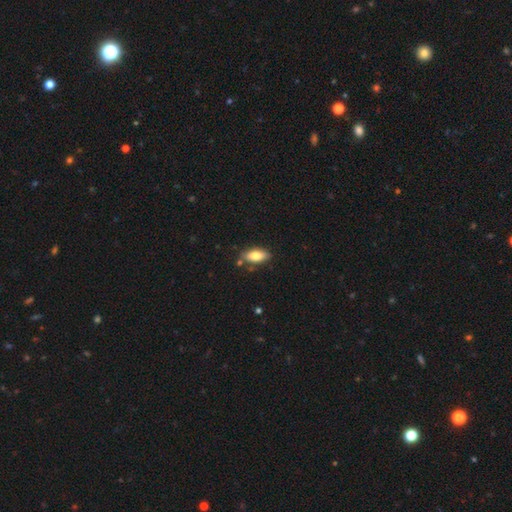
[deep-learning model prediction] The model was most divided on "smooth or featured": smooth: 77%, featured or disk: 16%, star or artifact: 7%. More confident: how rounded — in between (86%); merging — none (77%).